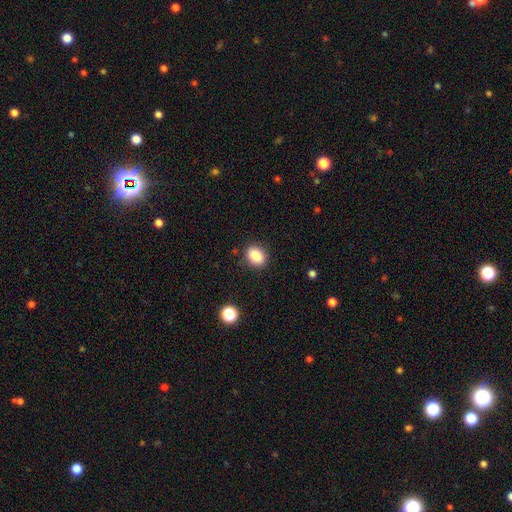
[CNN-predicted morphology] Smooth or featured? Predicted: smooth (p=0.85). How rounded? Predicted: in between (p=0.51). Merging? Predicted: none (p=0.87).